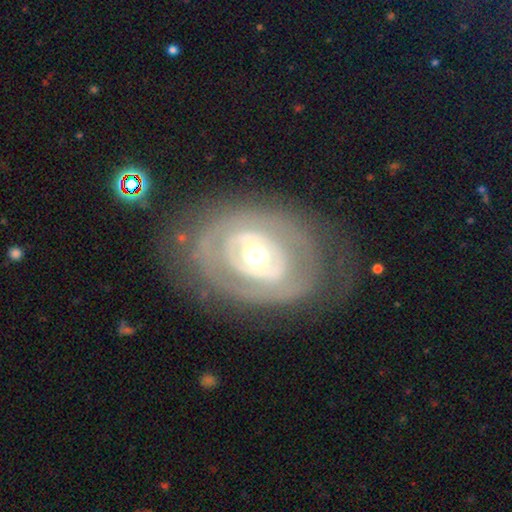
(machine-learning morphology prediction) The model was most divided on "spiral arms": no: 59%, yes: 41%. More confident: edge-on disk — no (94%); smooth or featured — featured or disk (77%); merging — none (75%); bulge size — moderate (68%); bar — no (55%).